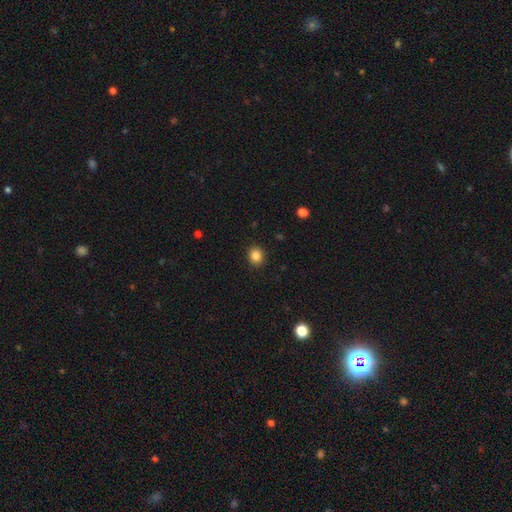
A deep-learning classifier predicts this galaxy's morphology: Smooth or featured? Predicted: smooth (p=0.85). How rounded? Predicted: round (p=0.76). Merging? Predicted: none (p=0.91).